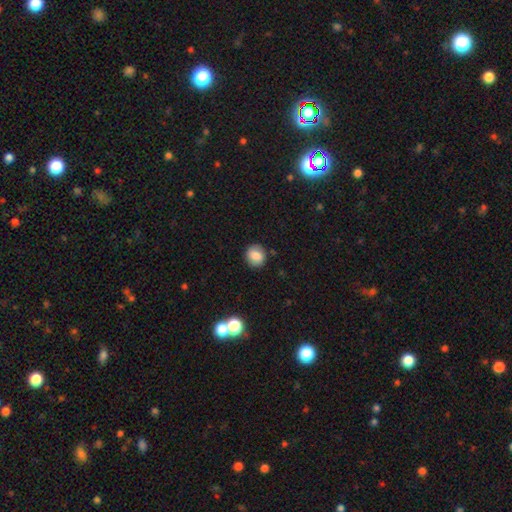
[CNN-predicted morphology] type=smooth (81%); roundness=round (84%); merging=none (86%).